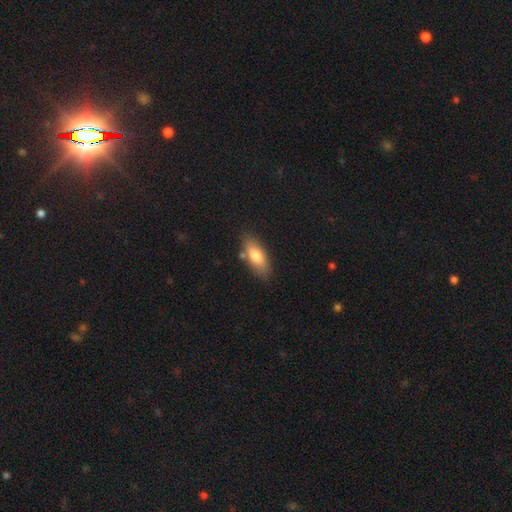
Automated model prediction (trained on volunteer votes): Smooth or featured? Predicted: smooth (p=0.76). How rounded? Predicted: in between (p=0.78). Merging? Predicted: none (p=0.78).